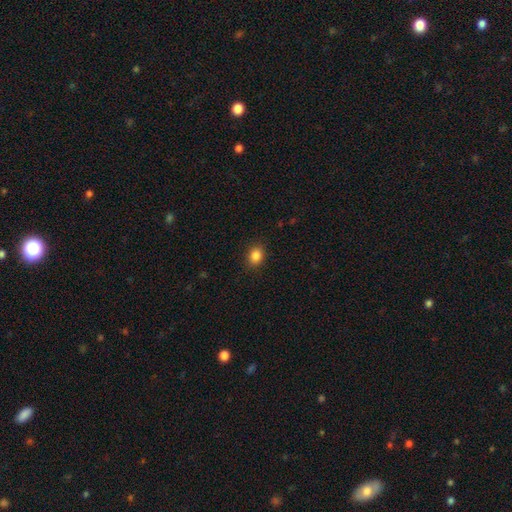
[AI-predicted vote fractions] smooth 86%, star or artifact 10%, featured or disk 4%. Down the decision tree: how rounded — in between (59%); merging — none (88%).